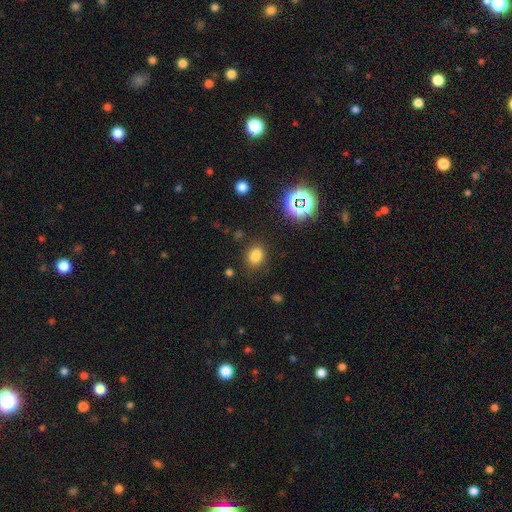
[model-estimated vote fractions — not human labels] This appears to be a smooth galaxy with no disk features (77%) that is round (53%). Merging: none (80%).